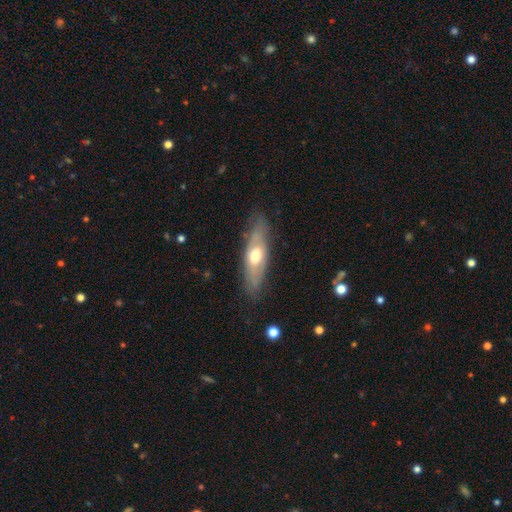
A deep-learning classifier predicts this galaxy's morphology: Smooth or featured: featured or disk — 49% (smooth — 45%)
Merging: none — 79% (minor disturbance — 16%)